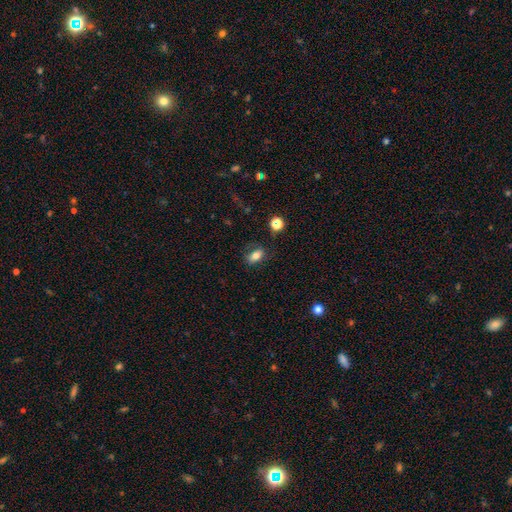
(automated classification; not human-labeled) Smooth or featured? smooth (74%)
How rounded? in between (85%)
Merging? none (75%)